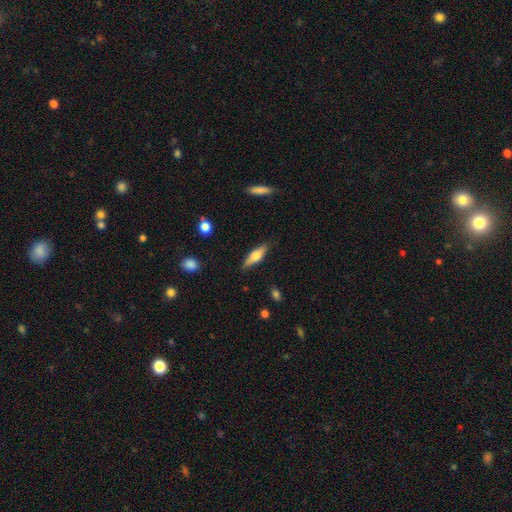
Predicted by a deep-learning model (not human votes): smooth_or_featured: smooth (p=0.55) [alt: featured or disk p=0.39]
how_rounded: cigar-shaped (p=0.56) [alt: in between p=0.41]
merging: none (p=0.85) [alt: minor disturbance p=0.11]